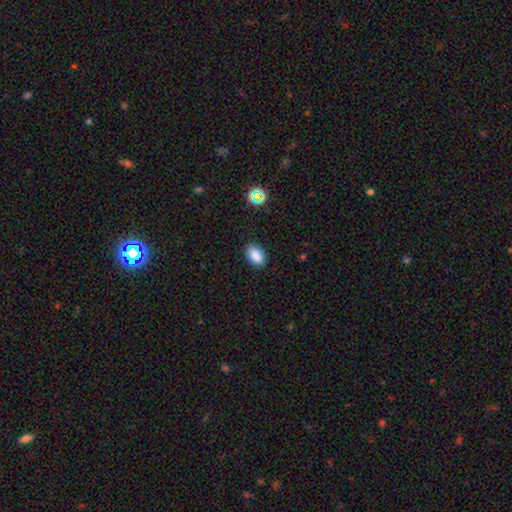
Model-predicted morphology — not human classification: smooth_or_featured: smooth (p=0.85) [alt: star or artifact p=0.10]
how_rounded: in between (p=0.90) [alt: round p=0.08]
merging: none (p=0.88) [alt: minor disturbance p=0.09]